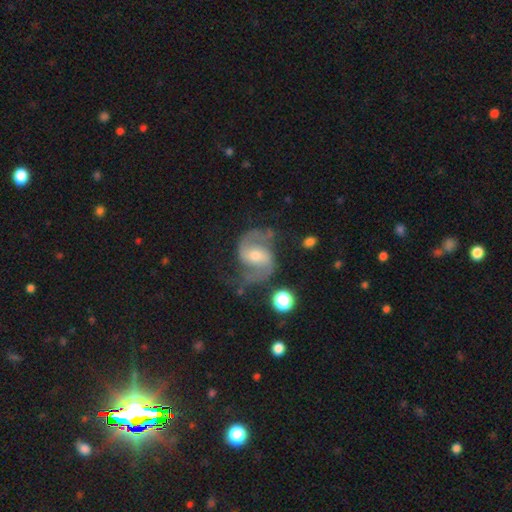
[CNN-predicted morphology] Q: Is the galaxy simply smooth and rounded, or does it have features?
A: featured or disk — 89%.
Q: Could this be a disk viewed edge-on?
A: no — 98%.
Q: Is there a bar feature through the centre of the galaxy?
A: weak — 45%.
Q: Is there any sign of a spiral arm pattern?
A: yes — 97%.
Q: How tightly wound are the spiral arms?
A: medium — 56%.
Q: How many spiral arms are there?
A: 2 — 92%.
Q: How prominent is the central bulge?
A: moderate — 53%.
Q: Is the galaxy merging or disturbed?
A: none — 68%.